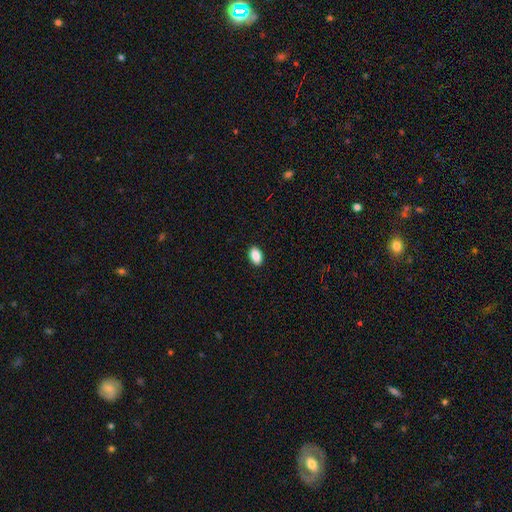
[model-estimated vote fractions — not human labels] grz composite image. It shows a smooth galaxy with no disk features (89%) that is in between round and cigar-shaped (92%). Merging: none (91%).